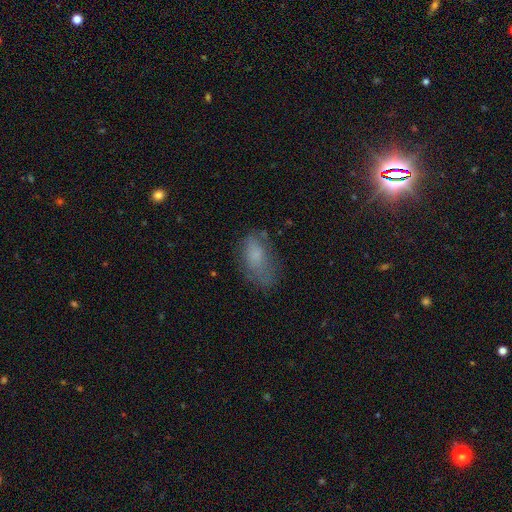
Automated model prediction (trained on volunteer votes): Smooth or featured?
  - smooth: 69% *
  - featured or disk: 20%
  - star or artifact: 11%
How rounded?
  - in between: 90% *
  - round: 5%
  - cigar-shaped: 4%
Merging?
  - none: 54% *
  - minor disturbance: 28%
  - major disturbance: 16%
  - merger: 2%